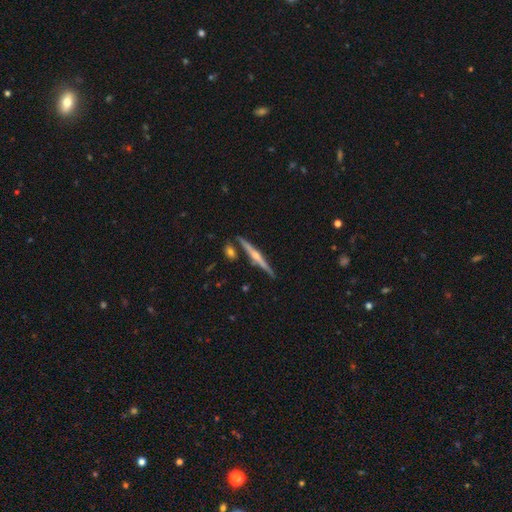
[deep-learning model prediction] featured or disk 78%, smooth 16%, star or artifact 6%. Down the decision tree: edge-on disk — yes (98%); edge-on bulge — rounded (88%); merging — none (86%).